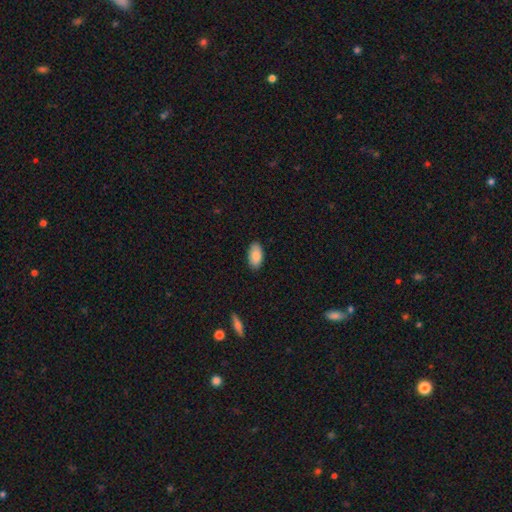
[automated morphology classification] The model was most divided on "merging": none: 87%, minor disturbance: 10%, major disturbance: 2%, merger: 1%. More confident: how rounded — in between (95%); smooth or featured — smooth (87%).